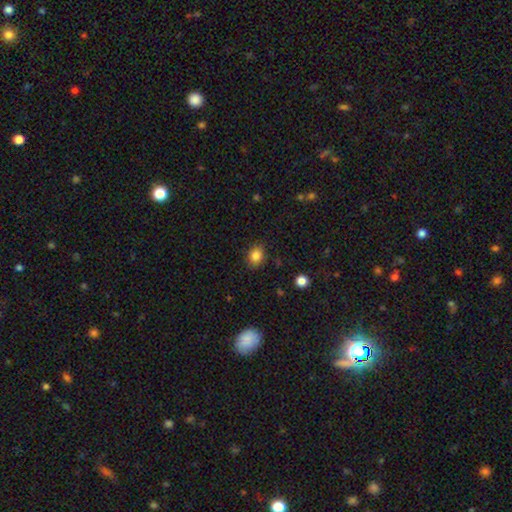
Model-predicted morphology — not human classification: The model was most divided on "how rounded": in between: 55%, round: 44%, cigar-shaped: 1%. More confident: smooth or featured — smooth (84%); merging — none (83%).